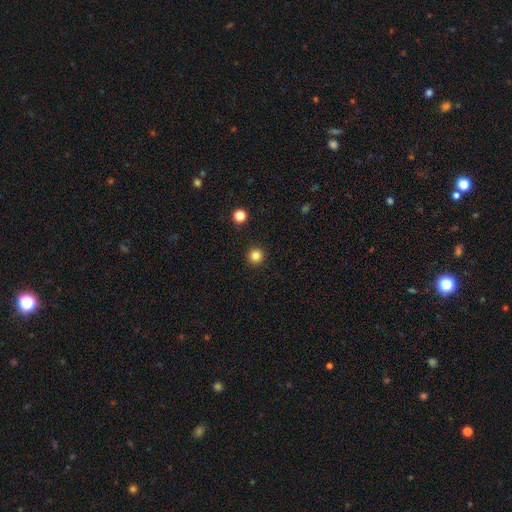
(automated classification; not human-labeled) Overall: smooth (83%). How rounded: round (96%). Merging: none (93%).